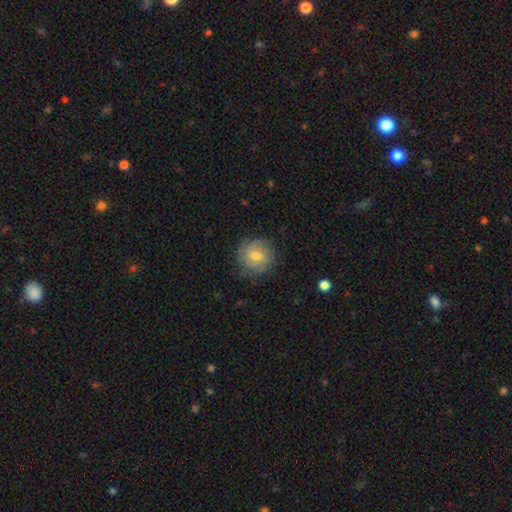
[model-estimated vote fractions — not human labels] Overall: smooth (50%; featured or disk 41%). How rounded: round (89%). Merging: none (82%).